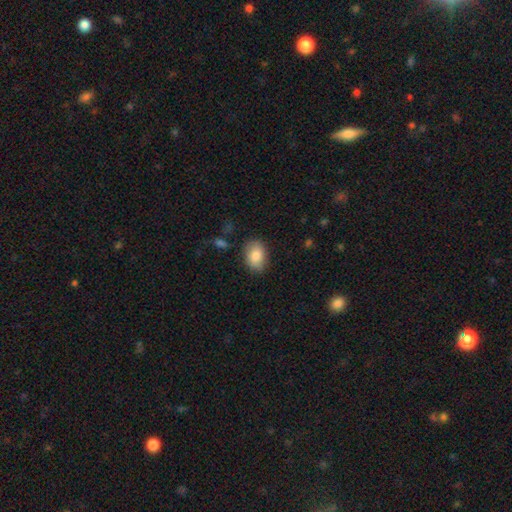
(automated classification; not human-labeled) Smooth or featured: smooth — 85% (featured or disk — 9%)
How rounded: in between — 80% (round — 19%)
Merging: none — 83% (minor disturbance — 12%)